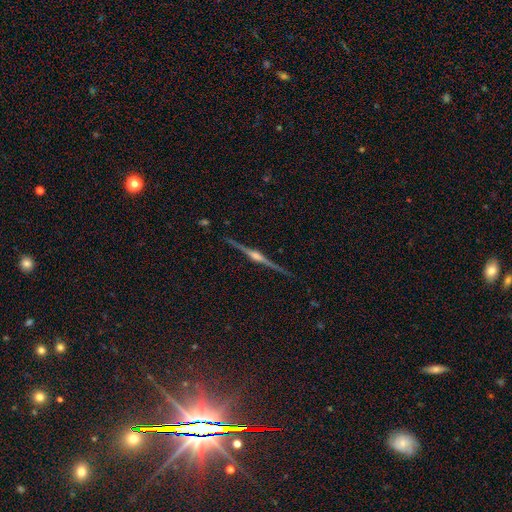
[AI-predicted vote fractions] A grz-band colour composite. It shows a featured or disk galaxy (89%) viewed edge-on (99%) with a rounded central bulge (89%). Merging: none (92%).